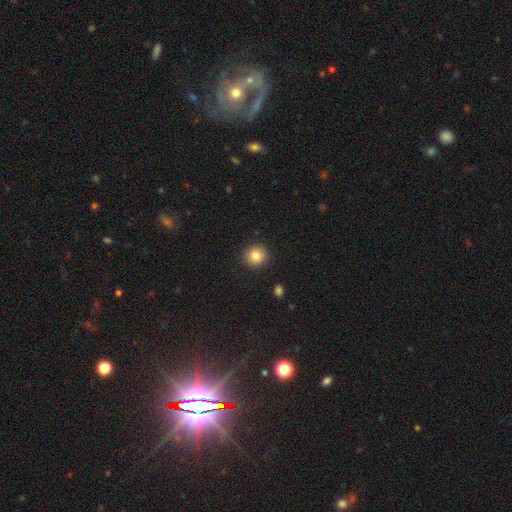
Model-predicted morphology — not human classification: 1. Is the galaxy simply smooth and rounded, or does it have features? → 83% smooth, 10% star or artifact, 7% featured or disk.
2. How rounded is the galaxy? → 91% round, 8% in between, 1% cigar-shaped.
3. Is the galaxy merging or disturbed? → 92% none, 5% minor disturbance, 2% major disturbance, 1% merger.